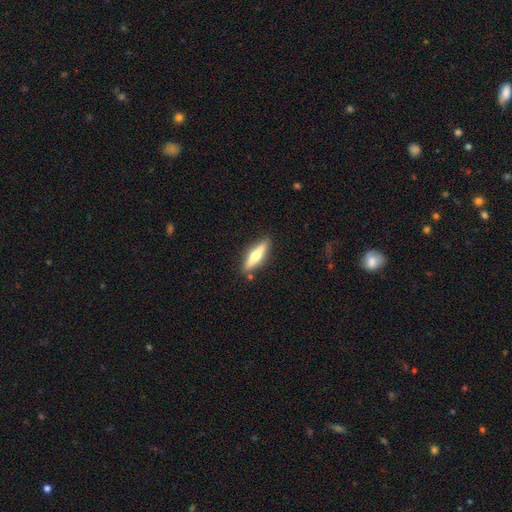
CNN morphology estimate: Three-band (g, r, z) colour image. It shows a smooth galaxy with no disk features (50%). Merging: none (86%).